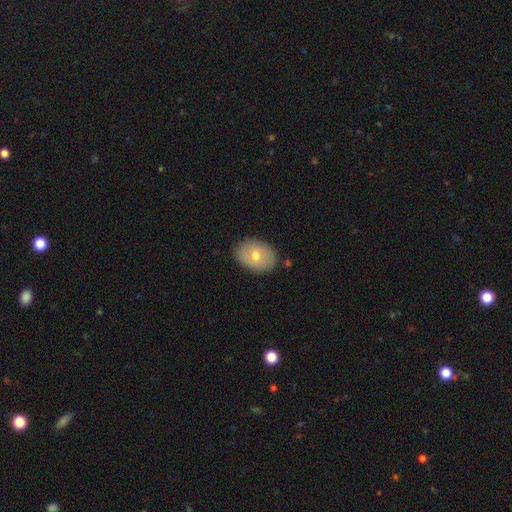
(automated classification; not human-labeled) This is likely a smooth galaxy (65%). How rounded: likely in between (70%). Merging: clearly none (85%).